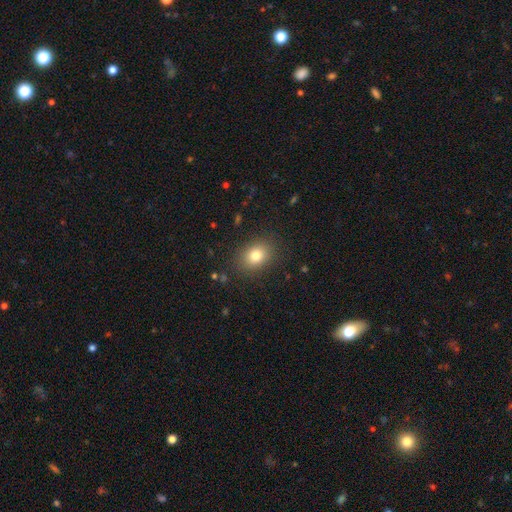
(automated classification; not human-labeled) smooth 79%, star or artifact 11%, featured or disk 10%. Down the decision tree: how rounded — in between (63%); merging — none (86%).